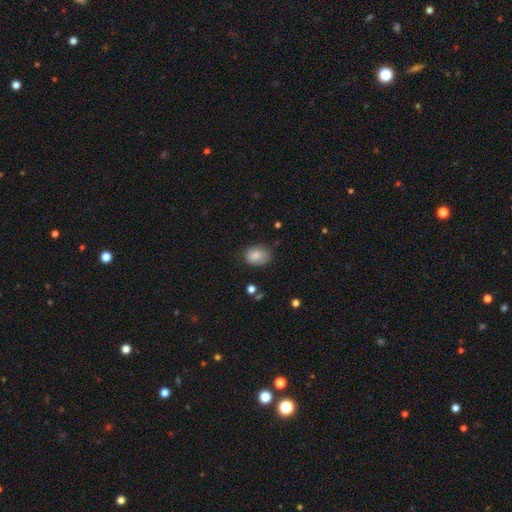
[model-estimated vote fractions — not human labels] Smooth or featured: smooth — 83% (featured or disk — 9%)
How rounded: in between — 64% (round — 35%)
Merging: none — 62% (minor disturbance — 29%)